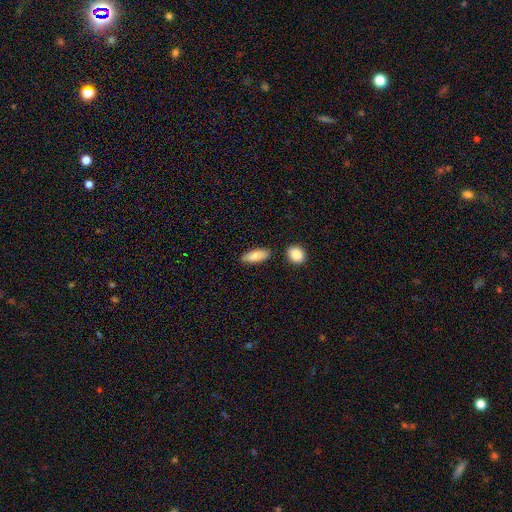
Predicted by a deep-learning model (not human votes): Smooth or featured? smooth (81%)
How rounded? in between (76%)
Merging? none (81%)